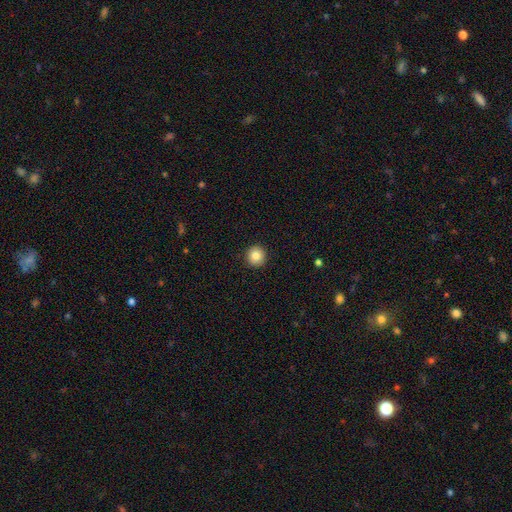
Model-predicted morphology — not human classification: Smooth or featured? Predicted: smooth (p=0.84). How rounded? Predicted: round (p=0.94). Merging? Predicted: none (p=0.93).